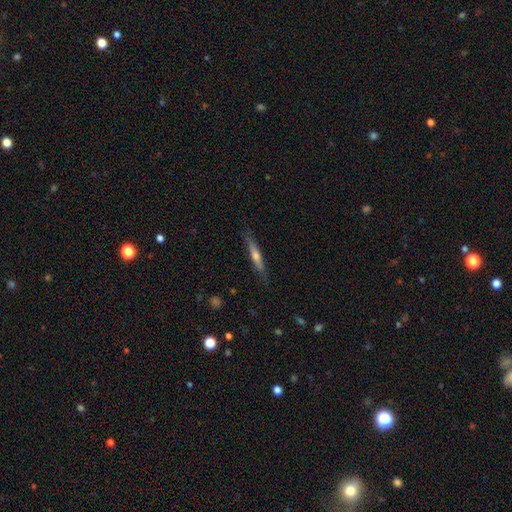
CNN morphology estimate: This is likely a featured or disk galaxy (60%). It is clearly viewed edge-on (96%). Edge-on bulge: likely rounded (71%). Merging: clearly none (87%).